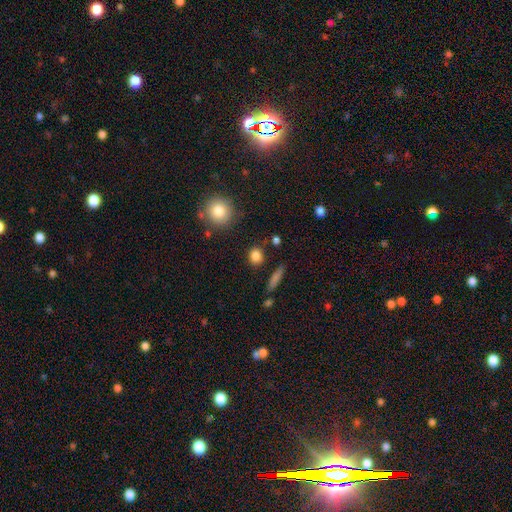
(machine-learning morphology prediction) Smooth or featured? smooth (84%)
How rounded? round (67%)
Merging? none (85%)